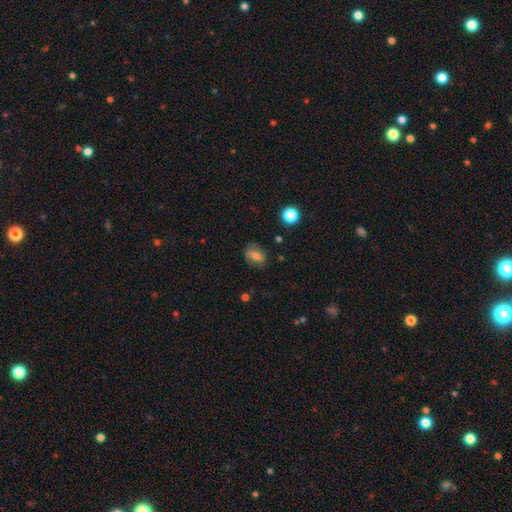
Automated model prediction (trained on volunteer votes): smooth_or_featured: smooth (p=0.65) [alt: featured or disk p=0.24]
how_rounded: in between (p=0.73) [alt: round p=0.25]
merging: none (p=0.73) [alt: minor disturbance p=0.19]